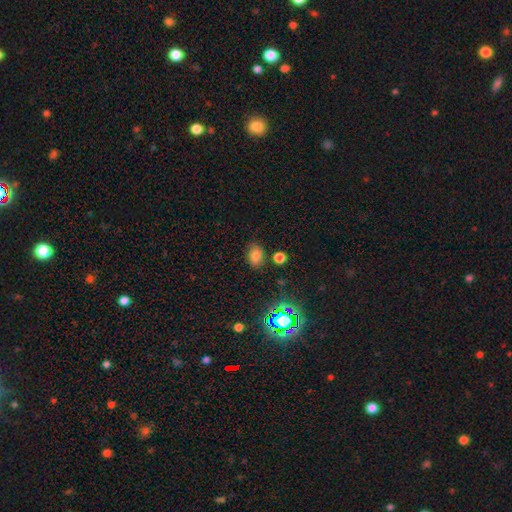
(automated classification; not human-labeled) A smooth galaxy with no disk features (70%) that is in between round and cigar-shaped (71%). Merging: none (79%).